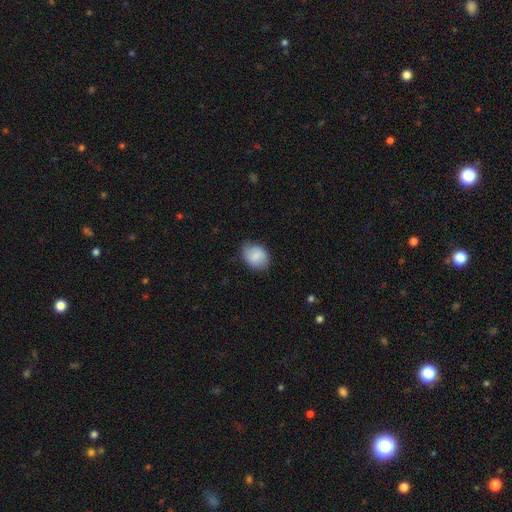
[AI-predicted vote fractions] Overall: smooth (83%). How rounded: in between (53%; round 46%). Merging: none (73%).